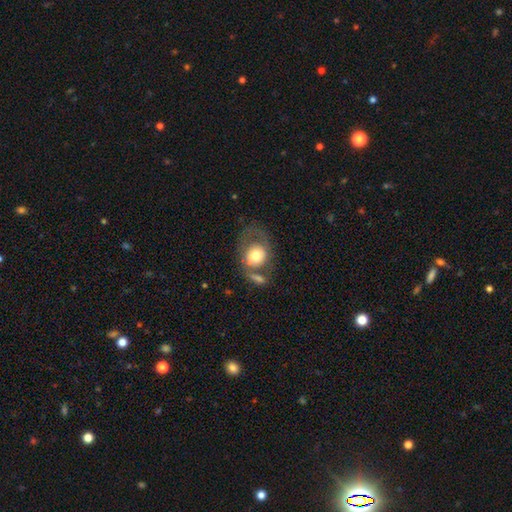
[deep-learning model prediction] smooth 64%, featured or disk 29%, star or artifact 7%. Down the decision tree: how rounded — round (57%); merging — none (33%).